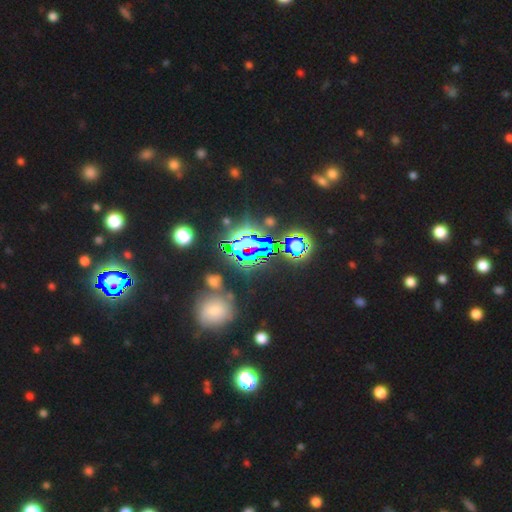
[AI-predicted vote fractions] smooth_or_featured: star or artifact (p=0.78) [alt: smooth p=0.13]